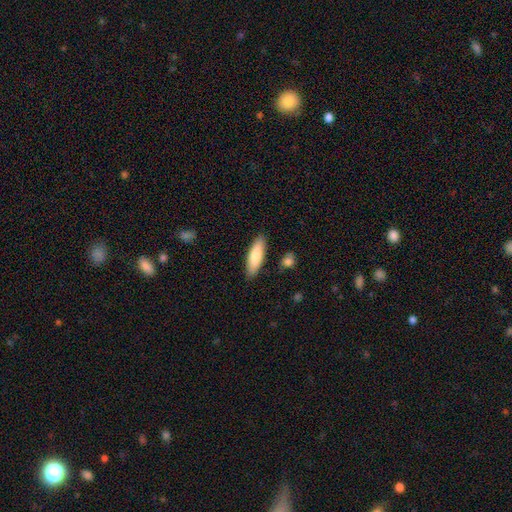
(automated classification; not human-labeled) Smooth or featured? Predicted: smooth (p=0.79). How rounded? Predicted: cigar-shaped (p=0.50). Merging? Predicted: none (p=0.87).